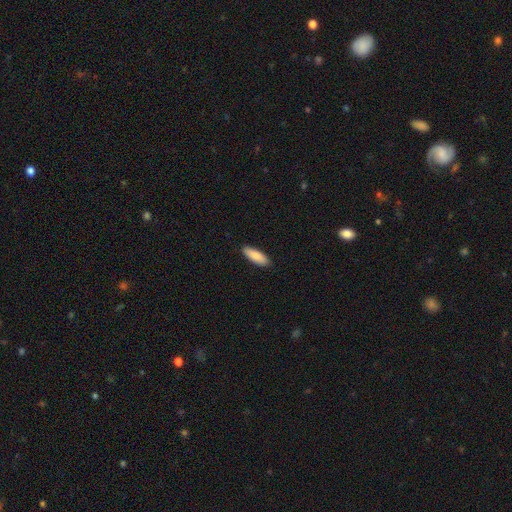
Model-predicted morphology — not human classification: Smooth or featured? Predicted: smooth (p=0.85). How rounded? Predicted: in between (p=0.64). Merging? Predicted: none (p=0.90).